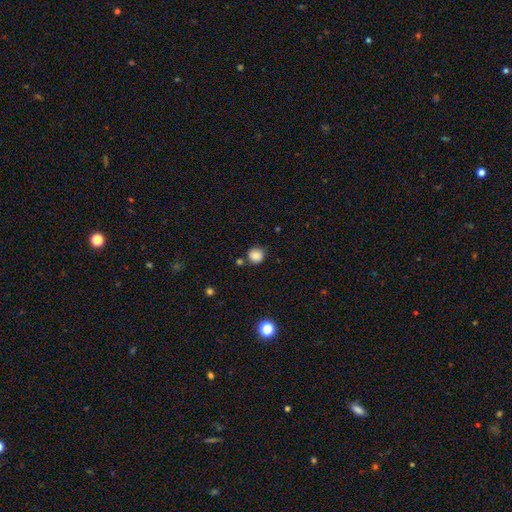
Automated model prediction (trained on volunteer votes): This is clearly a smooth galaxy (85%). How rounded: clearly round (91%). Merging: likely none (76%).